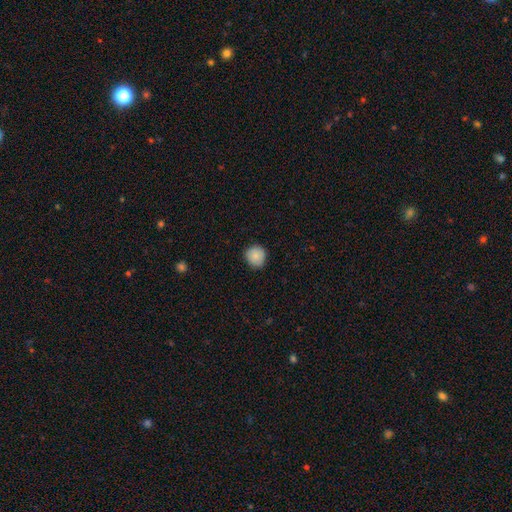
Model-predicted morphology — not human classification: This appears to be a smooth galaxy with no disk features (86%) that is round (91%). Merging: none (86%).